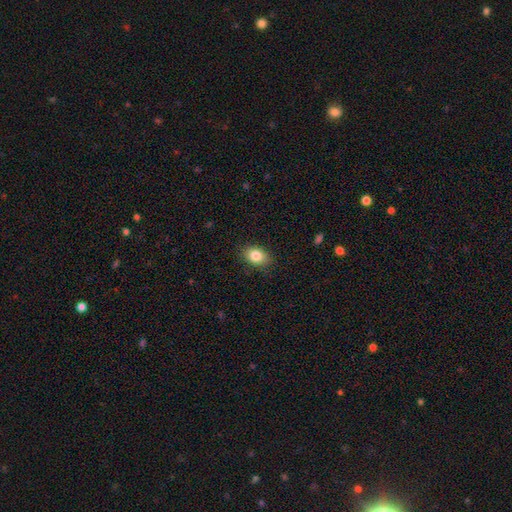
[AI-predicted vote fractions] This appears to be a smooth galaxy with no disk features (84%) that is in between round and cigar-shaped (78%). Merging: none (86%).